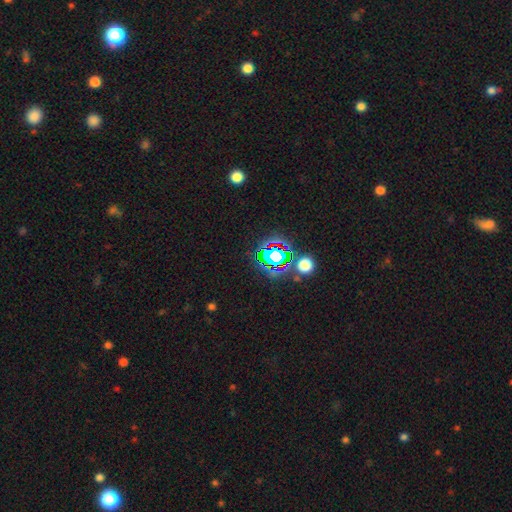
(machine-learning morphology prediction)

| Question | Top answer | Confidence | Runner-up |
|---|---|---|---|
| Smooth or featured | star or artifact | 74% | smooth (16%) |